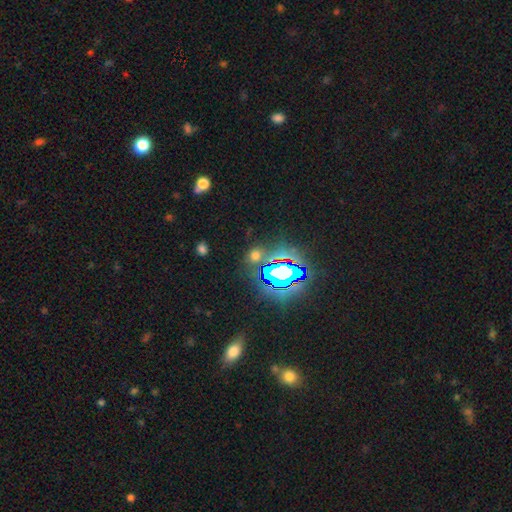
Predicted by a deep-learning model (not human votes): A star or artifact, not a galaxy (50%).